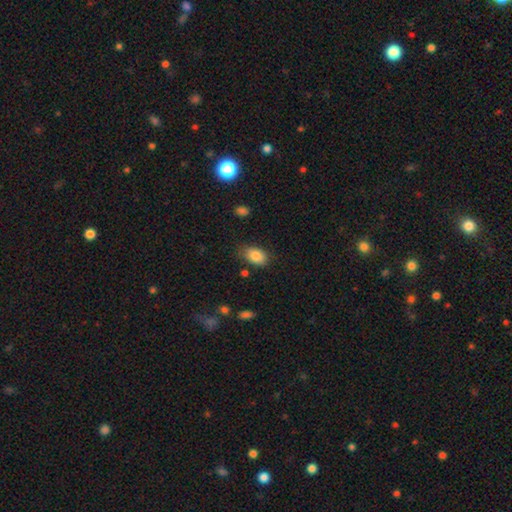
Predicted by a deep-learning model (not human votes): smooth 85%, star or artifact 8%, featured or disk 7%. Down the decision tree: how rounded — in between (87%); merging — none (74%).